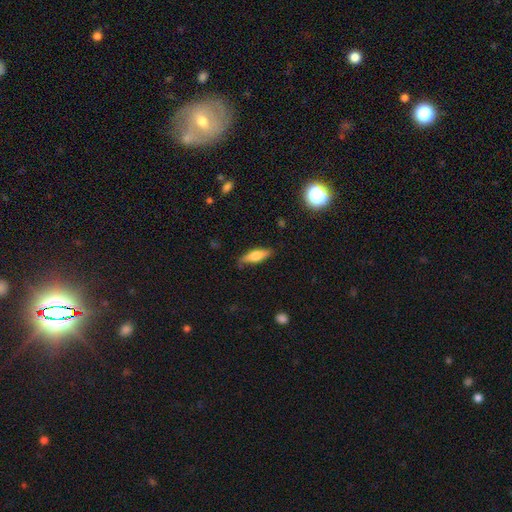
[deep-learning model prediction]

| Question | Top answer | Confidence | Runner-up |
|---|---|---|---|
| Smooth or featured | smooth | 58% | featured or disk (35%) |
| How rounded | cigar-shaped | 55% | in between (43%) |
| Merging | none | 83% | minor disturbance (13%) |